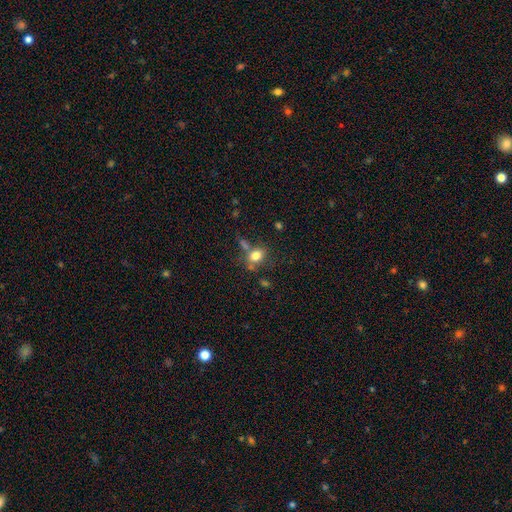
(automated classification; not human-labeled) This is likely a smooth galaxy (78%). How rounded: likely in between (61%). Merging: possibly none (56%).